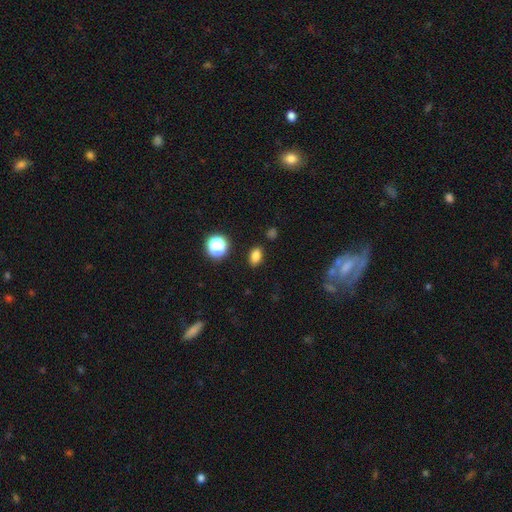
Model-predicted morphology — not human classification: Smooth or featured?
  - smooth: 79% *
  - star or artifact: 14%
  - featured or disk: 6%
How rounded?
  - in between: 80% *
  - round: 17%
  - cigar-shaped: 2%
Merging?
  - none: 87% *
  - minor disturbance: 8%
  - major disturbance: 2%
  - merger: 2%